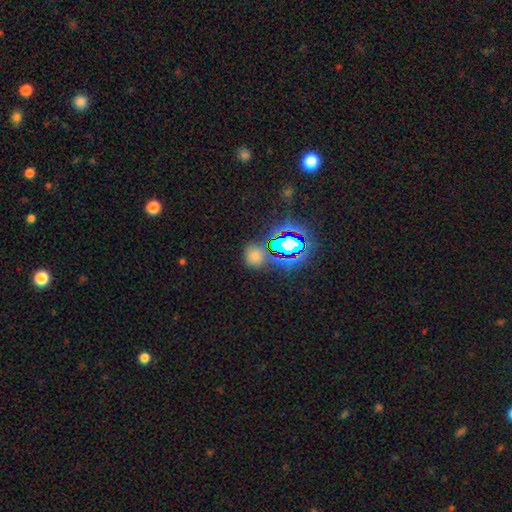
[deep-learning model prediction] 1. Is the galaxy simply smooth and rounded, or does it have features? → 54% smooth, 38% star or artifact, 8% featured or disk.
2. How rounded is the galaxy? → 77% round, 22% in between, 2% cigar-shaped.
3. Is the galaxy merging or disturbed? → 71% none, 15% minor disturbance, 8% merger, 6% major disturbance.